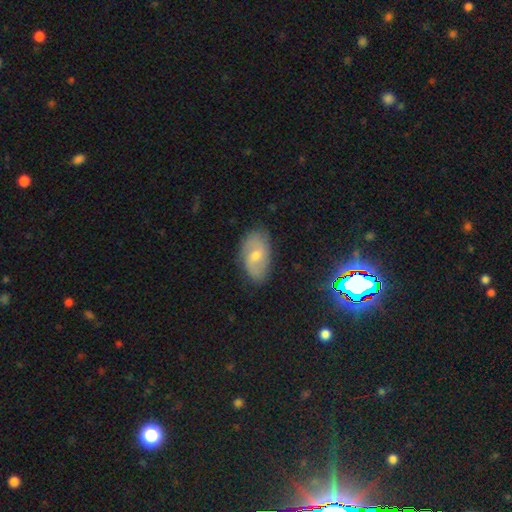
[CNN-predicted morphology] This appears to be a featured or disk galaxy (54%) with no bar (47%), spiral arms (81%) and a small central bulge (48%). Merging: none (79%).